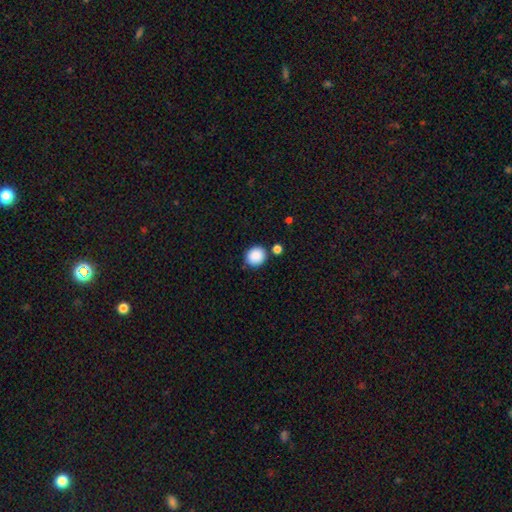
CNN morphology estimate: This is clearly a smooth galaxy (88%). How rounded: likely round (80%). Merging: likely none (80%).